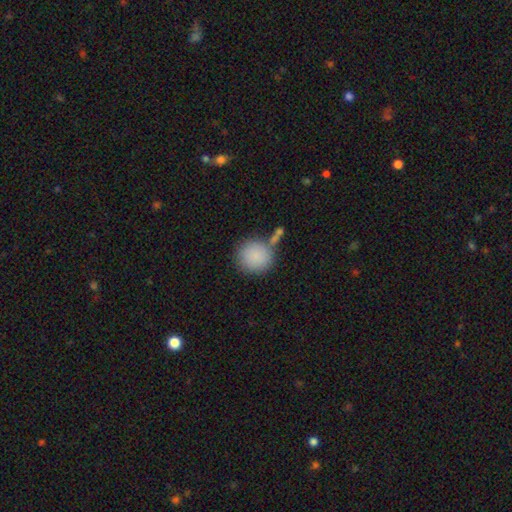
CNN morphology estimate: Q: Smooth or featured?
A: smooth (87%); runner-up: star or artifact (8%)
Q: How rounded?
A: round (90%); runner-up: in between (9%)
Q: Merging?
A: none (67%); runner-up: merger (14%)